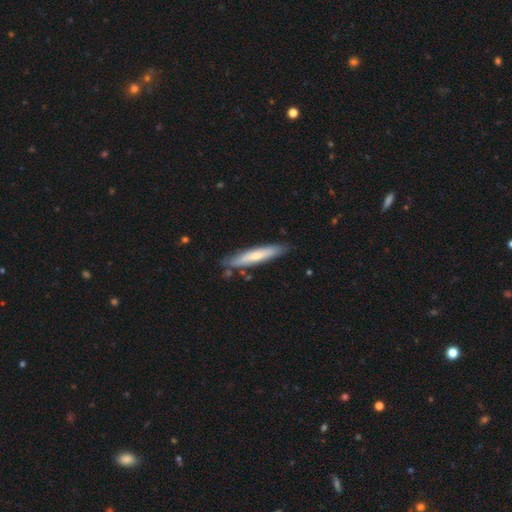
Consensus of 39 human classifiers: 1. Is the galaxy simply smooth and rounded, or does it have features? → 59% smooth, 41% featured or disk, 0% star or artifact.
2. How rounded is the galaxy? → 91% cigar-shaped, 9% in between, 0% round.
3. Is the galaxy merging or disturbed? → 87% none, 5% major disturbance, 5% merger, 3% minor disturbance.